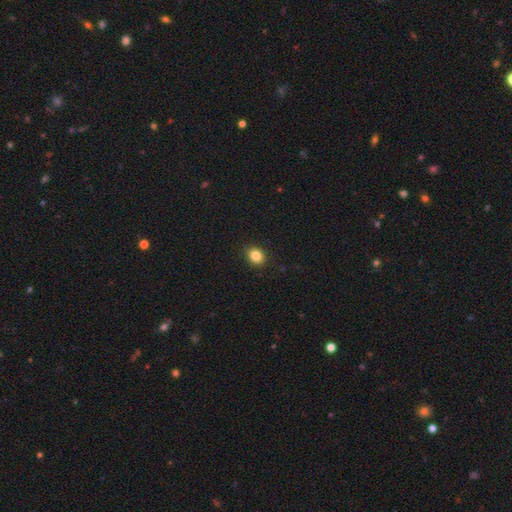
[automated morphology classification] A smooth galaxy with no disk features (84%) that is round (52%).

Vote fractions:
- Smooth or featured? smooth: 84% / star or artifact: 10% / featured or disk: 5%
- How rounded? round: 52% / in between: 47% / cigar-shaped: 1%
- Merging? none: 90% / minor disturbance: 7% / major disturbance: 2% / merger: 1%